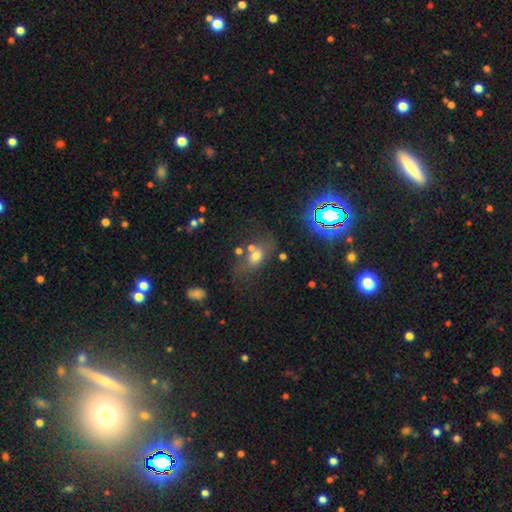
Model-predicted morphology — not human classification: Q: Smooth or featured?
A: smooth (60%); runner-up: star or artifact (23%)
Q: How rounded?
A: in between (68%); runner-up: round (25%)
Q: Merging?
A: none (54%); runner-up: merger (18%)